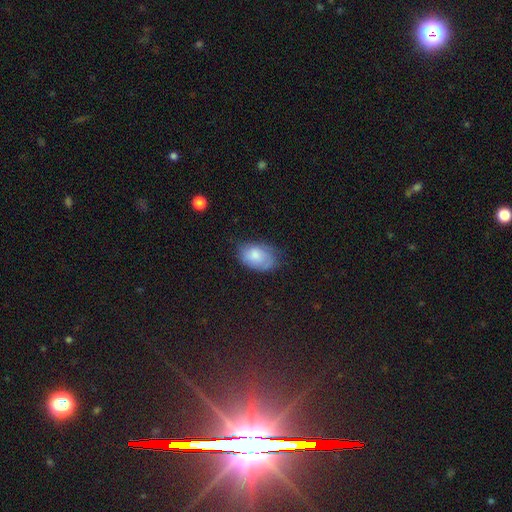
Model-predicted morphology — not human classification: Smooth or featured? Predicted: smooth (p=0.74). How rounded? Predicted: in between (p=0.89). Merging? Predicted: none (p=0.63).